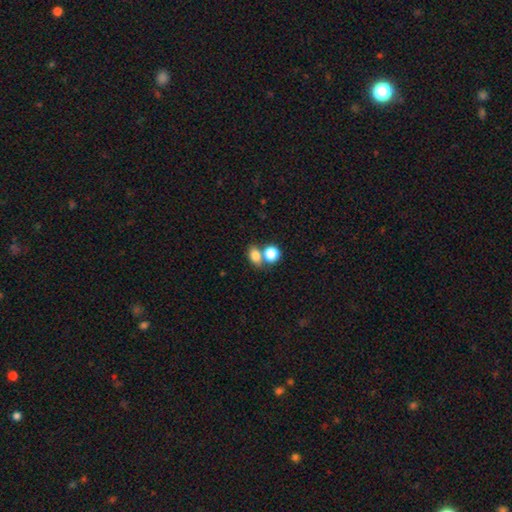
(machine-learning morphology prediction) smooth 79%, star or artifact 11%, featured or disk 9%. Down the decision tree: how rounded — in between (57%); merging — none (46%).